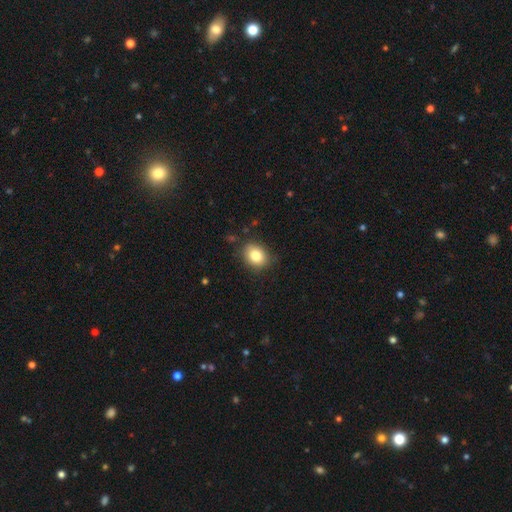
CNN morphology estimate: type=smooth (82%); roundness=round (53%); merging=none (84%).